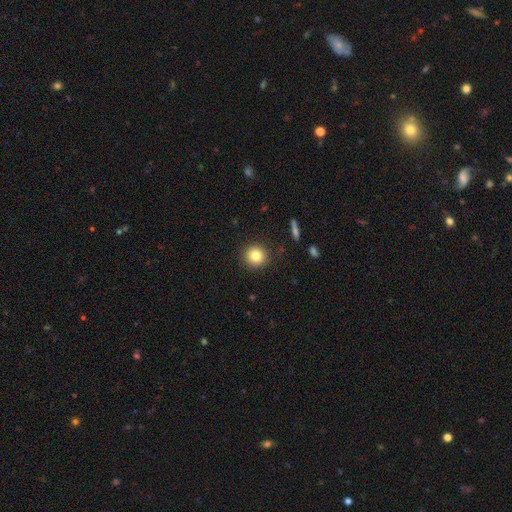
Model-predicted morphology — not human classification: smooth_or_featured: smooth (p=0.82) [alt: star or artifact p=0.10]
how_rounded: round (p=0.93) [alt: in between p=0.06]
merging: none (p=0.90) [alt: minor disturbance p=0.06]